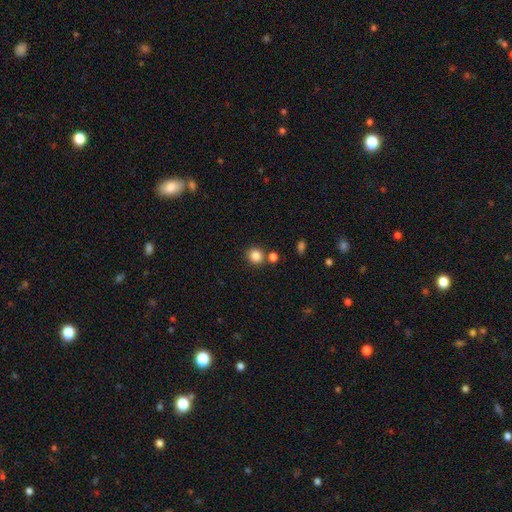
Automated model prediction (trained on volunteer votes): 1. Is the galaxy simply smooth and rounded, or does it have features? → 84% smooth, 11% star or artifact, 5% featured or disk.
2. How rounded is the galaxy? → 86% round, 13% in between, 1% cigar-shaped.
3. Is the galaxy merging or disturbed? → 76% none, 13% merger, 8% minor disturbance, 3% major disturbance.